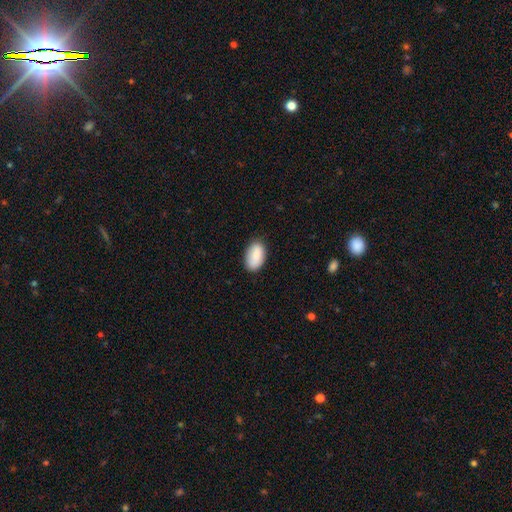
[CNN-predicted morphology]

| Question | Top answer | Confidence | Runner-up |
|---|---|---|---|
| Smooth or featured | smooth | 88% | star or artifact (6%) |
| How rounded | in between | 94% | round (4%) |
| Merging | none | 83% | minor disturbance (13%) |